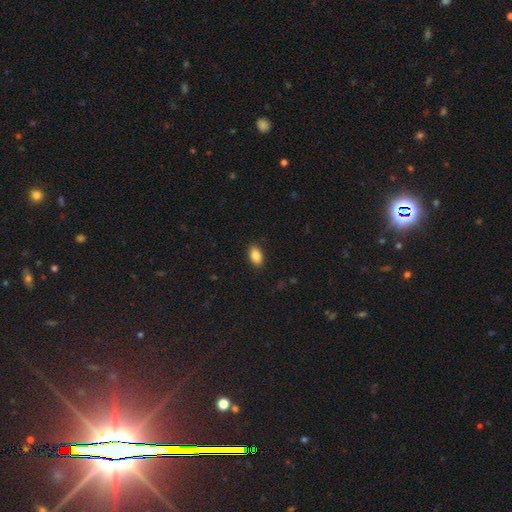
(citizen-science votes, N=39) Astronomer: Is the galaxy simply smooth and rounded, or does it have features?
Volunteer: smooth — 90%.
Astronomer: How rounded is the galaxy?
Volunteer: in between — 94%.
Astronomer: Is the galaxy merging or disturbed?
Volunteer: none — 92%.